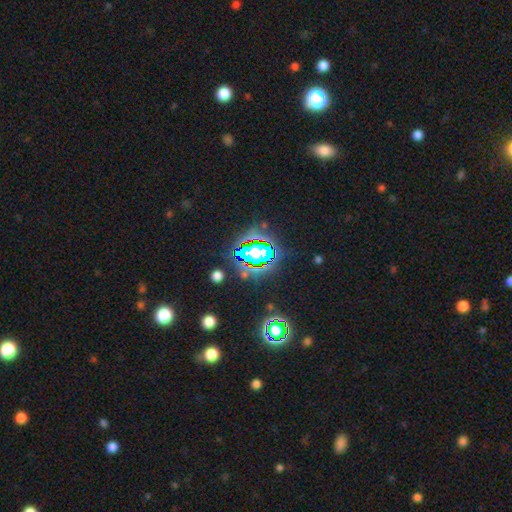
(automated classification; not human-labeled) This appears to be a star or artifact, not a galaxy (66%).